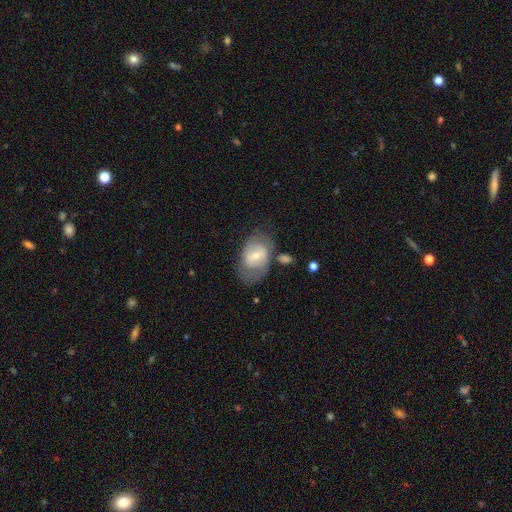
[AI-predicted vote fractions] A featured or disk galaxy (53%). Merging: none (53%).